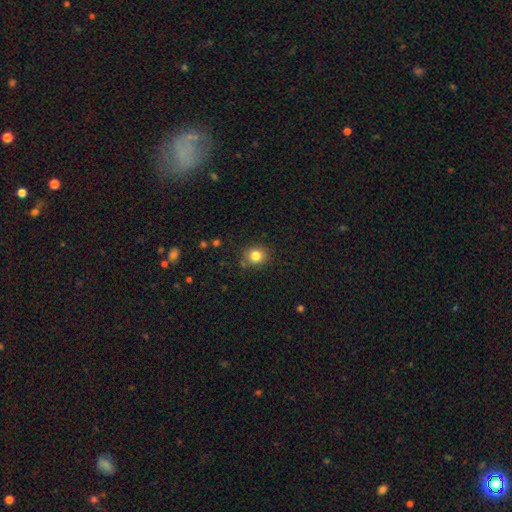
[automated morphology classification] smooth_or_featured: smooth (p=0.83) [alt: star or artifact p=0.12]
how_rounded: round (p=0.81) [alt: in between p=0.18]
merging: none (p=0.85) [alt: minor disturbance p=0.10]